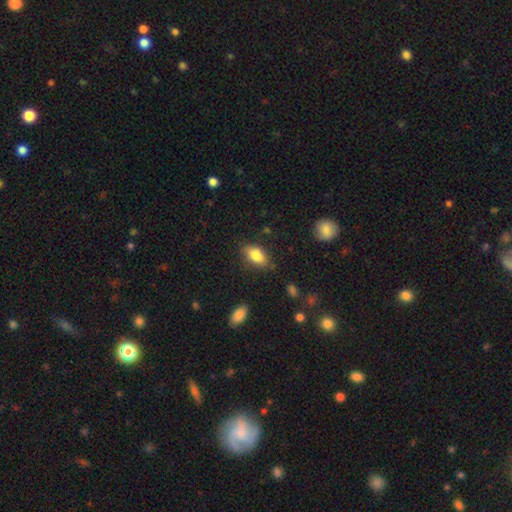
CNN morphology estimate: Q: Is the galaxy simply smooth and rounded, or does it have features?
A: smooth — 83%.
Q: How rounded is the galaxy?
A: in between — 90%.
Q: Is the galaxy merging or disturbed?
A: none — 78%.